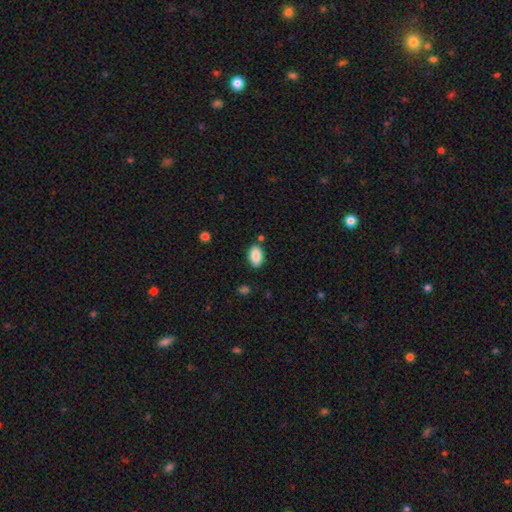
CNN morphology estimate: Smooth or featured: smooth — 88% (star or artifact — 7%)
How rounded: in between — 92% (round — 6%)
Merging: none — 82% (minor disturbance — 12%)